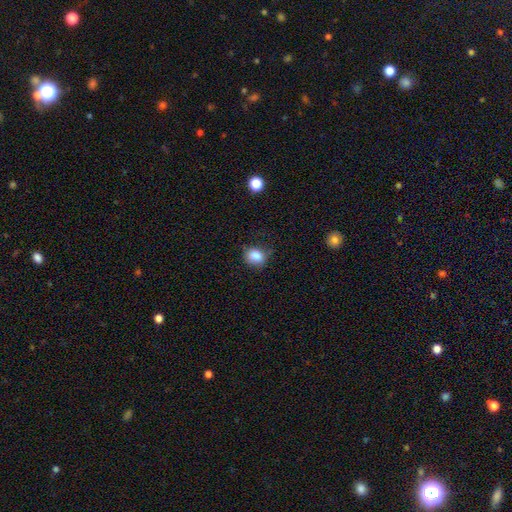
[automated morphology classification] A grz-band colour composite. It shows a smooth galaxy with no disk features (85%) that is round (59%). Merging: none (67%).